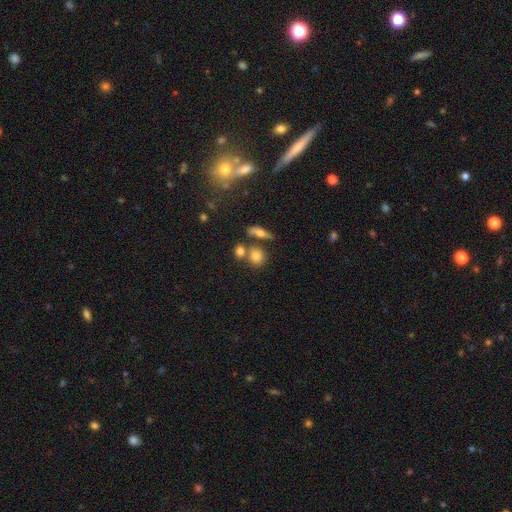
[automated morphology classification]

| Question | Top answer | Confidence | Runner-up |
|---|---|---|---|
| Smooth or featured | smooth | 76% | featured or disk (13%) |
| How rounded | round | 72% | in between (25%) |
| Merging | none | 59% | merger (25%) |